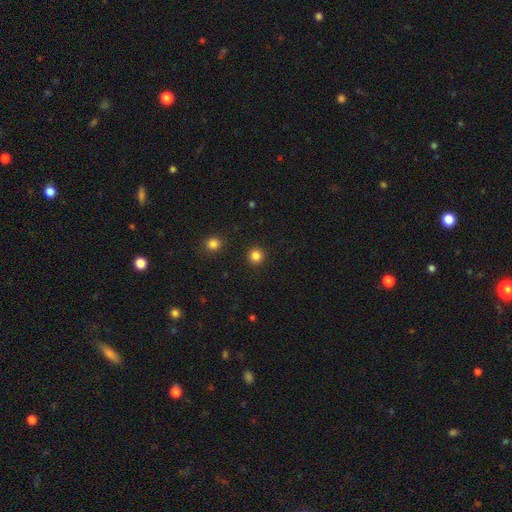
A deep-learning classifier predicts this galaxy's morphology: A smooth galaxy with no disk features (84%) that is round (95%). Merging: none (93%).